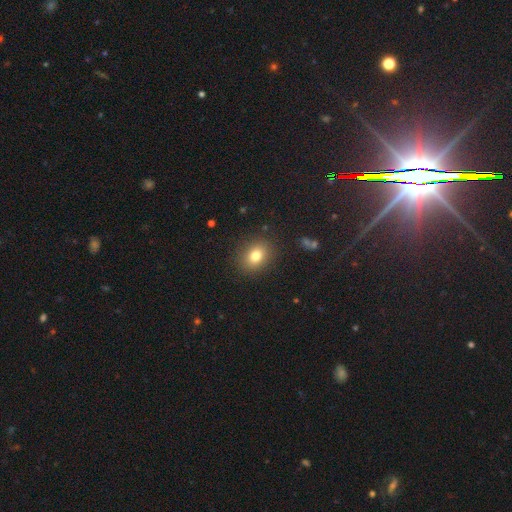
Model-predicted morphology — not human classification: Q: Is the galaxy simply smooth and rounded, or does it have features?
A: smooth — 79%.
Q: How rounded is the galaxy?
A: in between — 51%.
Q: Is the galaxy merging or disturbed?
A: none — 87%.